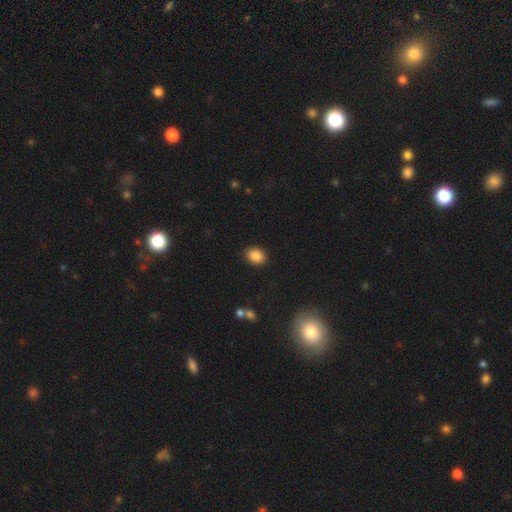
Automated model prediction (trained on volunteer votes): A smooth galaxy with no disk features (86%) that is in between round and cigar-shaped (67%).

Vote fractions:
- Smooth or featured? smooth: 86% / star or artifact: 9% / featured or disk: 5%
- How rounded? in between: 67% / round: 32% / cigar-shaped: 1%
- Merging? none: 89% / minor disturbance: 8% / major disturbance: 2% / merger: 1%